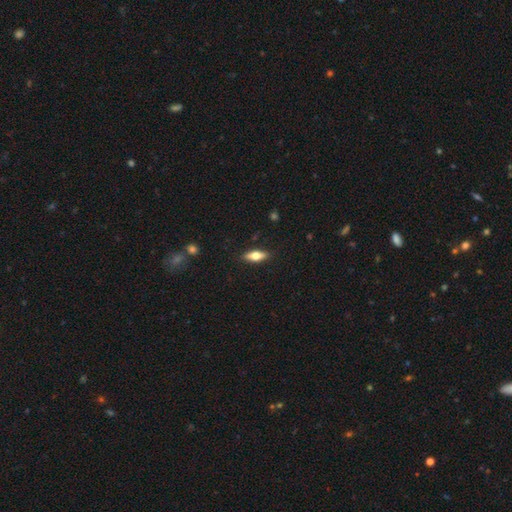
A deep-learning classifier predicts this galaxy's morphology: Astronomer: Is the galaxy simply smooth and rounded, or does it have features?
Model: smooth — 56% (runner-up: featured or disk, 38%).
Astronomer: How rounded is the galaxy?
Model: in between — 61%.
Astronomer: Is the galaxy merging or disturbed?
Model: none — 87%.